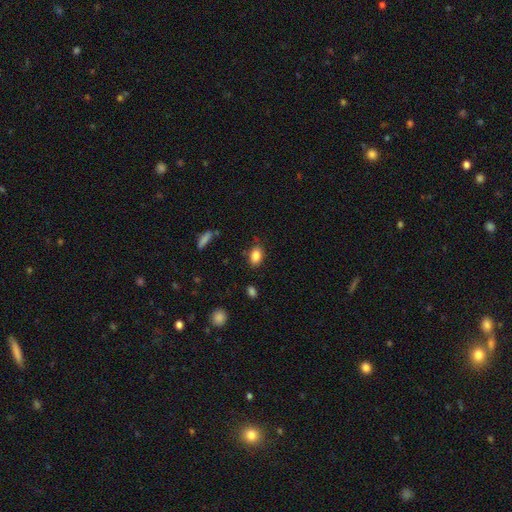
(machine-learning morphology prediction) This is clearly a smooth galaxy (85%). How rounded: clearly in between (85%). Merging: clearly none (81%).